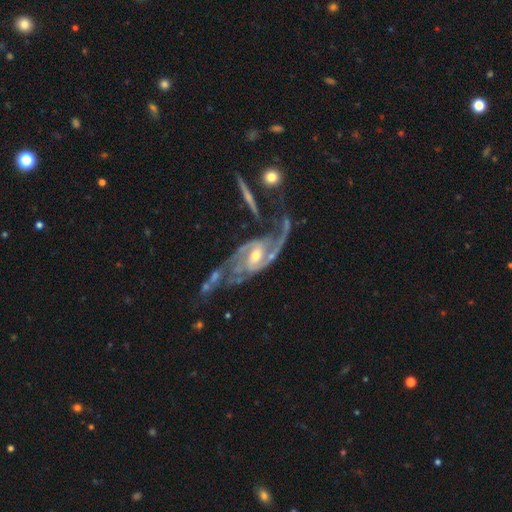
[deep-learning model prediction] This is clearly a featured or disk galaxy (92%). It is clearly not viewed edge-on (96%). Bar: possibly weak (47%). Spiral arm pattern: clearly yes (98%). Spiral arm count: clearly 2 (81%). Spiral winding: possibly medium (47%). Central bulge: possibly moderate (59%). Merging: marginally none (41%).